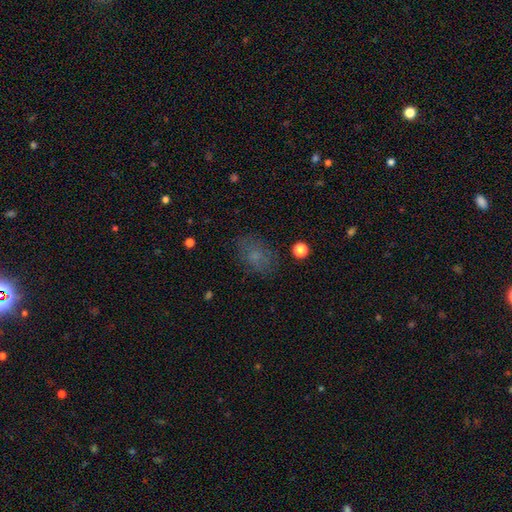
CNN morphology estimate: Smooth or featured: smooth — 68% (featured or disk — 16%)
How rounded: in between — 75% (round — 24%)
Merging: none — 75% (minor disturbance — 16%)